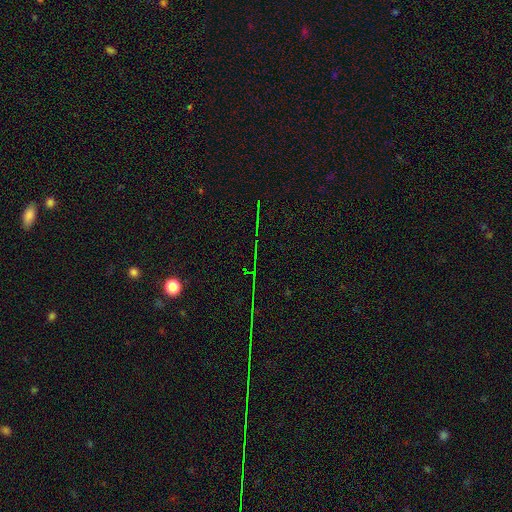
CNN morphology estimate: type=star or artifact (78%).